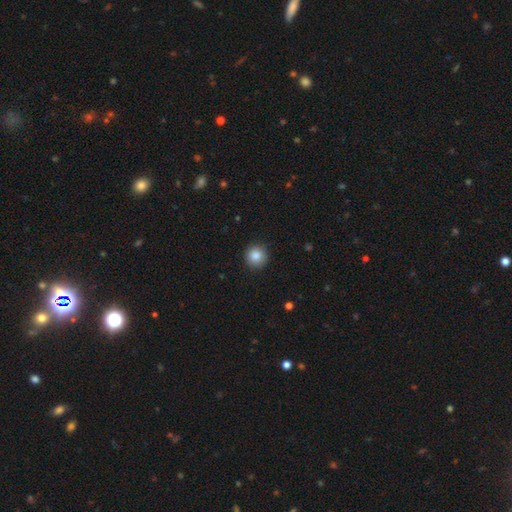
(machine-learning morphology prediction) Smooth or featured: smooth — 86% (star or artifact — 9%)
How rounded: round — 94% (in between — 5%)
Merging: none — 92% (minor disturbance — 5%)